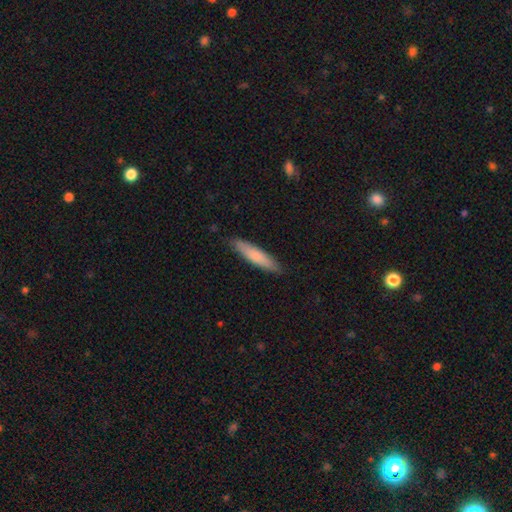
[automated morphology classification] This appears to be a smooth galaxy with no disk features (79%) that is cigar-shaped (83%). Merging: none (87%).